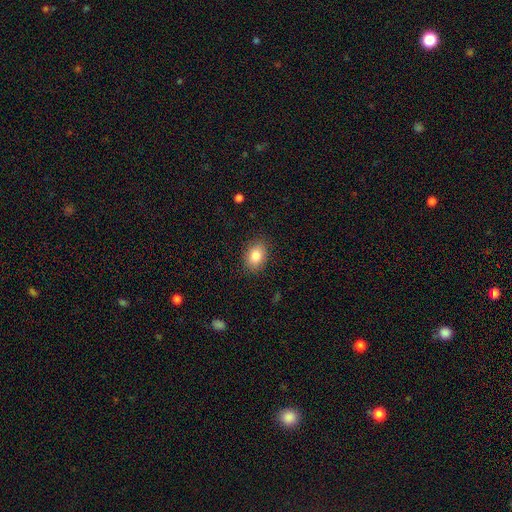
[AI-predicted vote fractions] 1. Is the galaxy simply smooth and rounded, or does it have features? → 82% smooth, 9% featured or disk, 8% star or artifact.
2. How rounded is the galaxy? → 74% in between, 25% round, 1% cigar-shaped.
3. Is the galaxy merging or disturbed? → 87% none, 10% minor disturbance, 2% major disturbance, 1% merger.